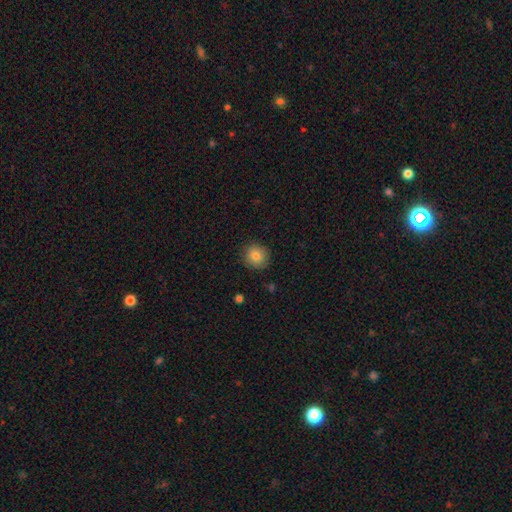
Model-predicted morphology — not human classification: smooth_or_featured: smooth (p=0.83) [alt: star or artifact p=0.09]
how_rounded: round (p=0.89) [alt: in between p=0.10]
merging: none (p=0.86) [alt: minor disturbance p=0.10]